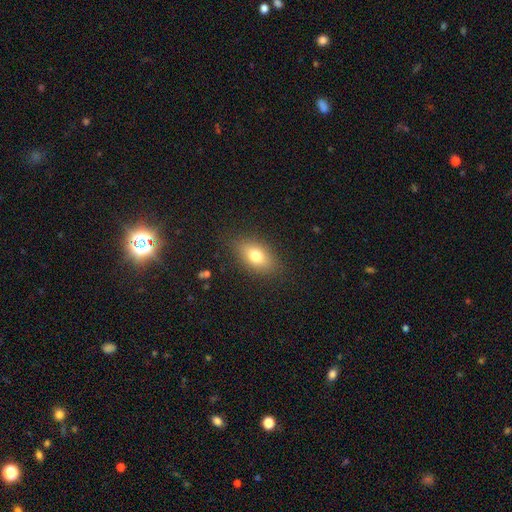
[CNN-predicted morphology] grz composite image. It shows a smooth galaxy with no disk features (77%) that is in between round and cigar-shaped (86%). Merging: none (84%).